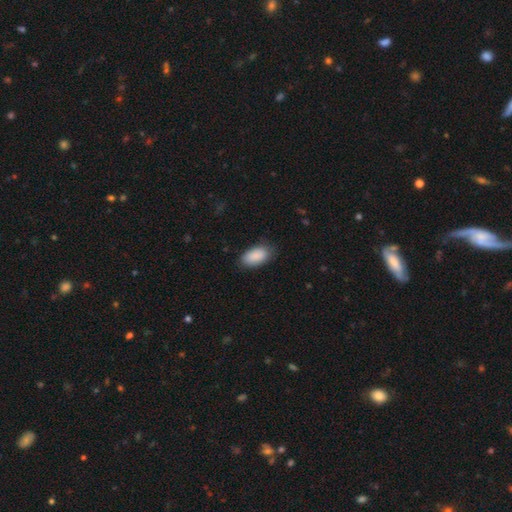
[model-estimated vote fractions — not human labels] Q: Smooth or featured?
A: smooth (90%); runner-up: star or artifact (6%)
Q: How rounded?
A: in between (94%); runner-up: round (3%)
Q: Merging?
A: none (78%); runner-up: minor disturbance (17%)